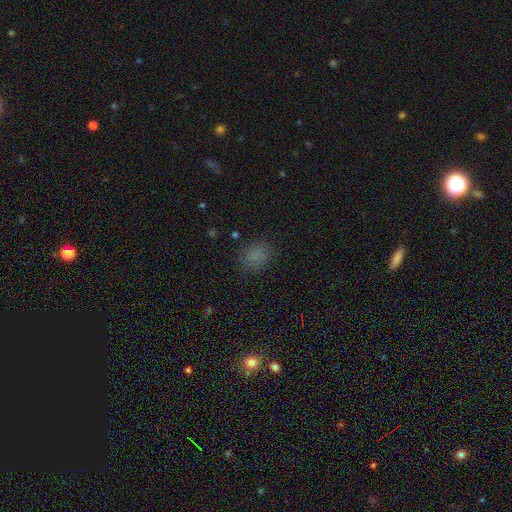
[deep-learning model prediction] Smooth or featured: smooth — 78% (star or artifact — 17%)
How rounded: round — 52% (in between — 47%)
Merging: none — 82% (minor disturbance — 13%)